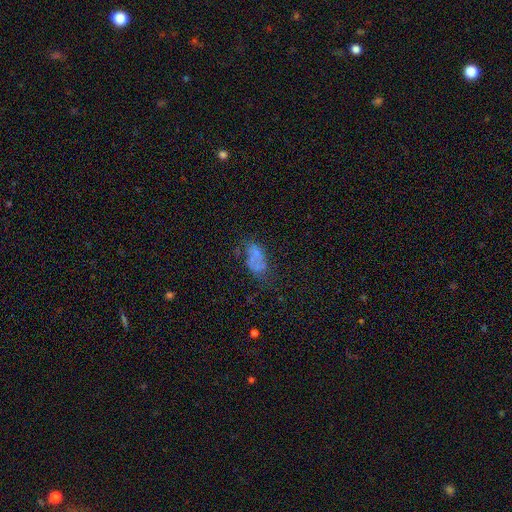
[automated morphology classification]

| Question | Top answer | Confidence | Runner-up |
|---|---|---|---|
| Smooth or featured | smooth | 43% | featured or disk (39%) |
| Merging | none | 35% | major disturbance (24%) |